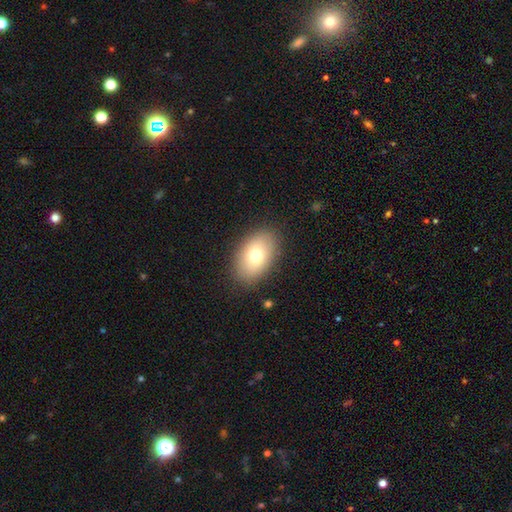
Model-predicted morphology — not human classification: The model was most divided on "smooth or featured": smooth: 73%, featured or disk: 17%, star or artifact: 9%. More confident: how rounded — in between (88%); merging — none (86%).